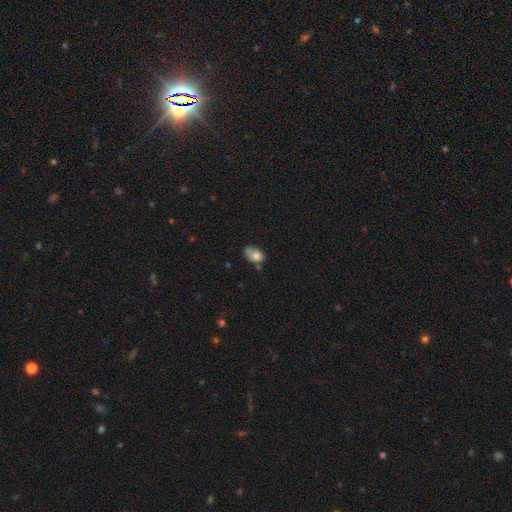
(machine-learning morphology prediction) smooth-or-featured: smooth: 73% | featured or disk: 18% | star or artifact: 9%
  how-rounded: in between: 78% | round: 21% | cigar-shaped: 1%
  merging: none: 39% | minor disturbance: 36% | major disturbance: 16% | merger: 9%